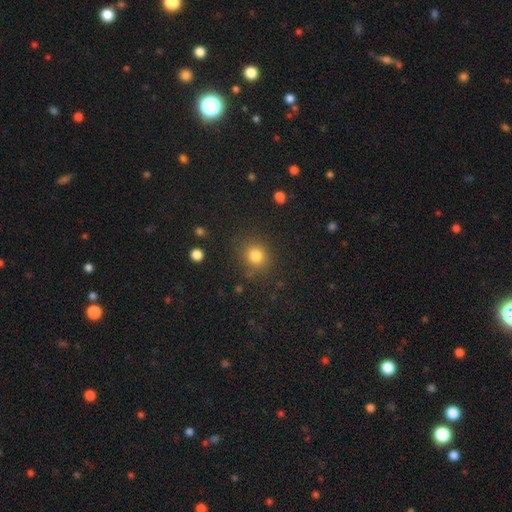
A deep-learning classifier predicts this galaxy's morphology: This is clearly a smooth galaxy (81%). How rounded: clearly round (84%). Merging: clearly none (84%).